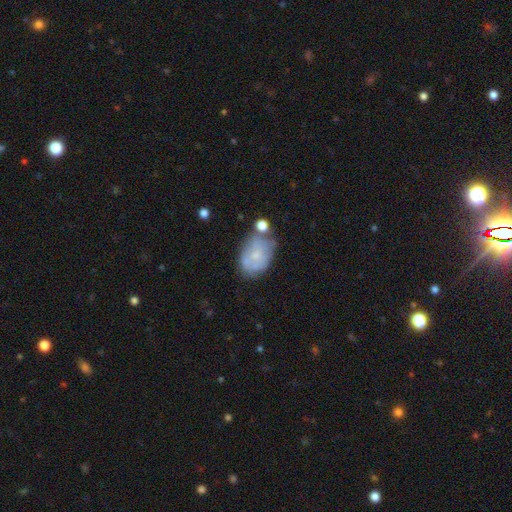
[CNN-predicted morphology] Smooth or featured? smooth (55%)
How rounded? in between (84%)
Merging? none (44%)